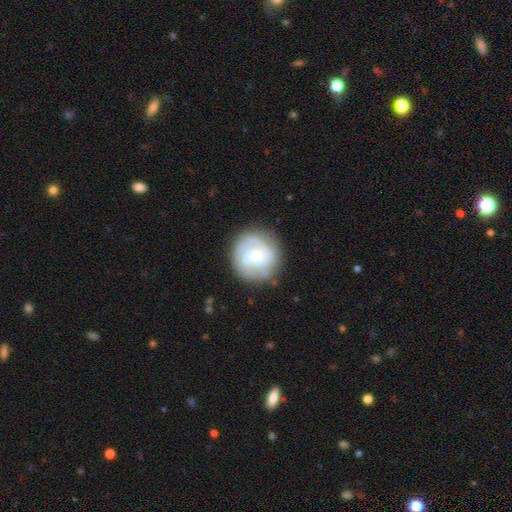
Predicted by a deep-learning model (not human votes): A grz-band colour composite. It shows a featured or disk galaxy (76%) with no bar (65%), 2 (42%) tight (67%) spiral arms (89%) and a small central bulge (48%). Merging: none (78%).